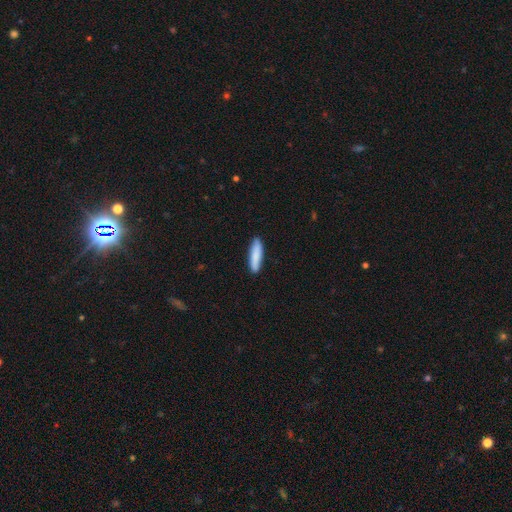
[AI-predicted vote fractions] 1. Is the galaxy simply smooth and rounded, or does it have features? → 84% smooth, 11% featured or disk, 5% star or artifact.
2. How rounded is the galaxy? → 75% cigar-shaped, 24% in between, 1% round.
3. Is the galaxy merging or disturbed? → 87% none, 10% minor disturbance, 2% major disturbance, 1% merger.